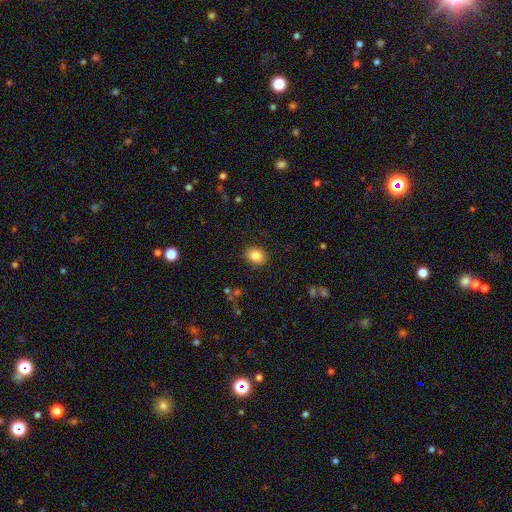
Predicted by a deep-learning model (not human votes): Smooth or featured?
  - smooth: 84% *
  - star or artifact: 9%
  - featured or disk: 7%
How rounded?
  - in between: 61% *
  - round: 38%
  - cigar-shaped: 1%
Merging?
  - none: 87% *
  - minor disturbance: 9%
  - major disturbance: 3%
  - merger: 1%